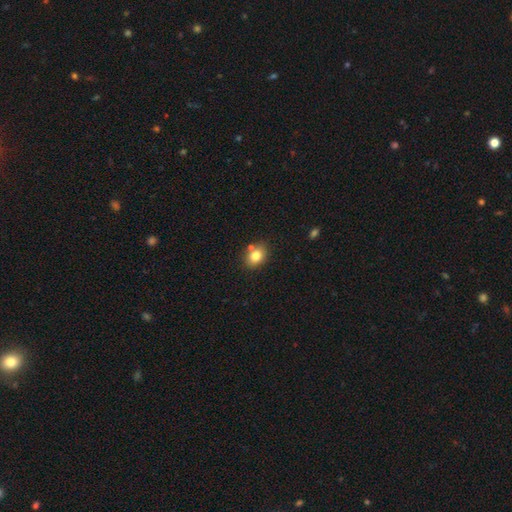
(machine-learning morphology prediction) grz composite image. It shows a smooth galaxy with no disk features (80%) that is in between round and cigar-shaped (55%). Merging: none (72%).